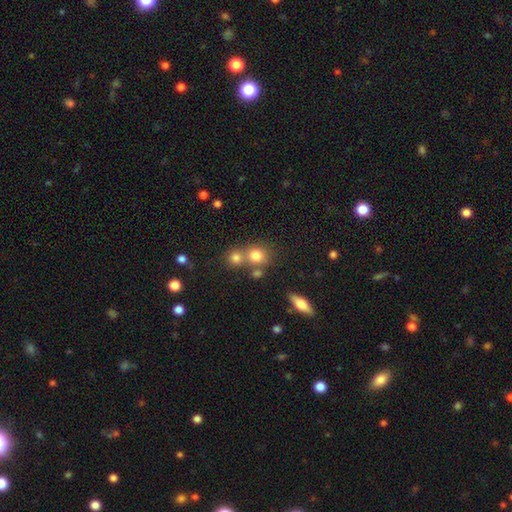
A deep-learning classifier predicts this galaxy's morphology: Smooth or featured? Predicted: smooth (p=0.78). How rounded? Predicted: round (p=0.79). Merging? Predicted: none (p=0.51).